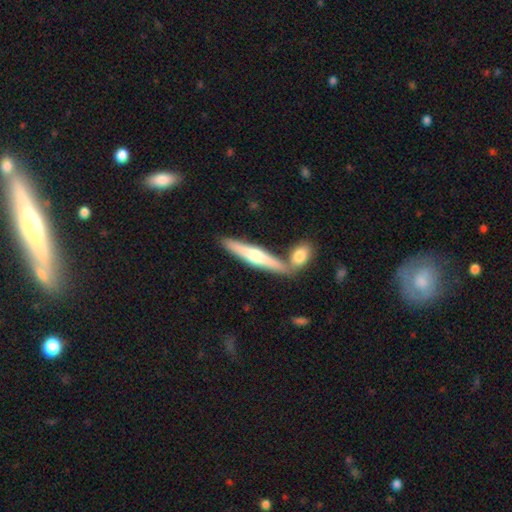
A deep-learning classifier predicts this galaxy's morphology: Q: Smooth or featured?
A: featured or disk (49%); runner-up: smooth (46%)
Q: Merging?
A: none (65%); runner-up: merger (23%)